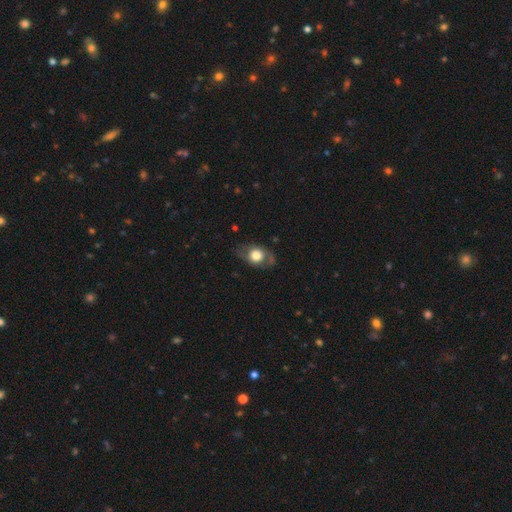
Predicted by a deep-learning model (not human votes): A smooth galaxy with no disk features (57%) that is in between round and cigar-shaped (54%). Merging: none (69%).